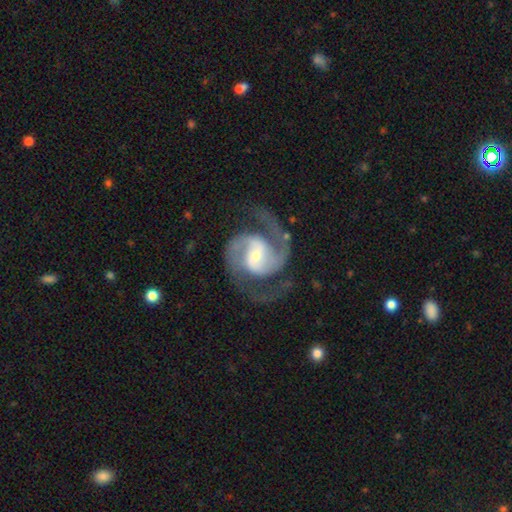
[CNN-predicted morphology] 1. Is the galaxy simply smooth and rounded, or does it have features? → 93% featured or disk, 4% star or artifact, 3% smooth.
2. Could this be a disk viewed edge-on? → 98% no, 2% yes.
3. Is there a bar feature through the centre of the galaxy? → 42% weak, 32% no, 26% strong.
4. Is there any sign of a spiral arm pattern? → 98% yes, 2% no.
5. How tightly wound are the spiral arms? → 63% medium, 19% tight, 18% loose.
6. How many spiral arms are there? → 93% 2, 2% 3, 2% can't tell, 1% 1, 1% 4, 1% more than 4.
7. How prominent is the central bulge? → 59% small, 34% moderate, 4% large, 2% none, 1% dominant.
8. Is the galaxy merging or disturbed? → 74% none, 13% minor disturbance, 11% major disturbance, 2% merger.